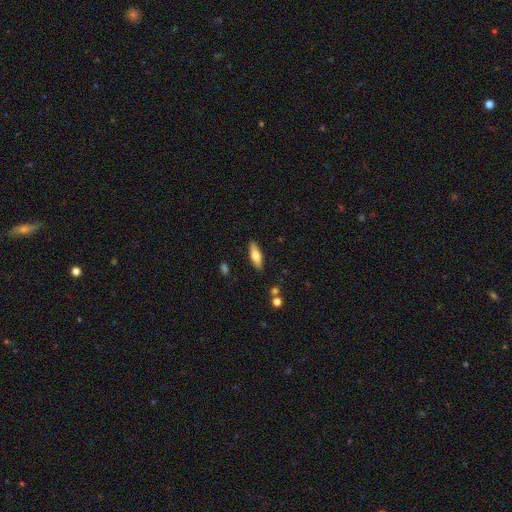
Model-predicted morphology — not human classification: A smooth galaxy with no disk features (60%) that is cigar-shaped (51%).

Vote fractions:
- Smooth or featured? smooth: 60% / featured or disk: 34% / star or artifact: 6%
- How rounded? cigar-shaped: 51% / in between: 47% / round: 2%
- Merging? none: 88% / minor disturbance: 9% / major disturbance: 2% / merger: 2%